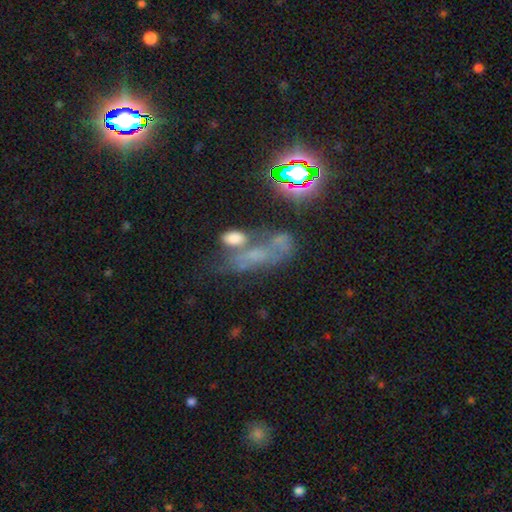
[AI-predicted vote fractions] Morphology: type=star or artifact (39%).